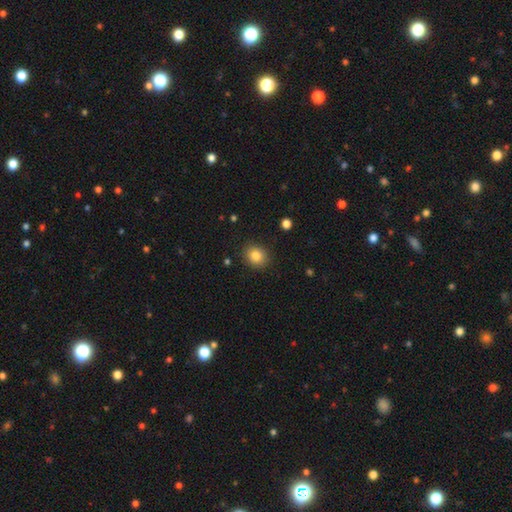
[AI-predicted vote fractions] Smooth or featured? Predicted: smooth (p=0.84). How rounded? Predicted: round (p=0.71). Merging? Predicted: none (p=0.88).